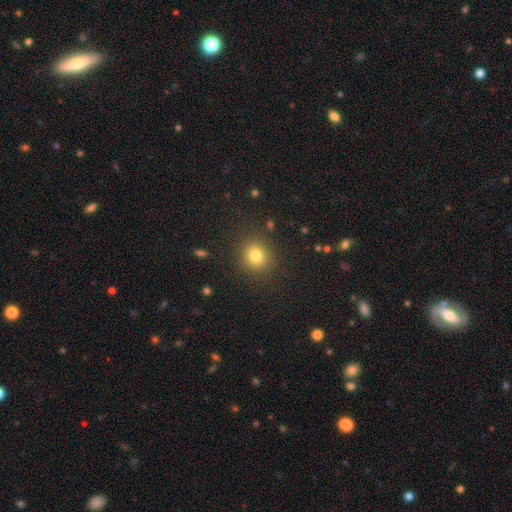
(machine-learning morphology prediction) Smooth or featured? Predicted: smooth (p=0.80). How rounded? Predicted: round (p=0.83). Merging? Predicted: none (p=0.87).